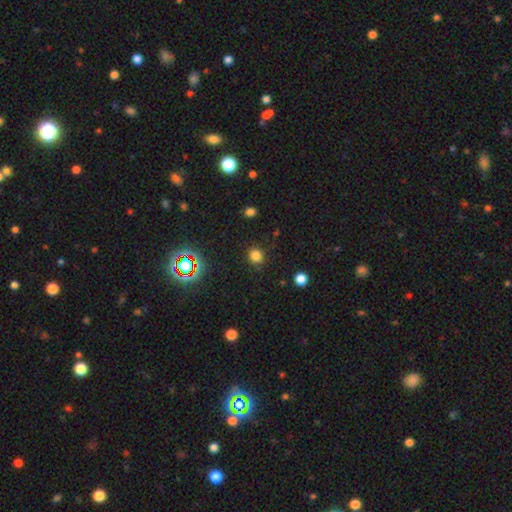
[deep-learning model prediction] Smooth or featured? Predicted: smooth (p=0.77). How rounded? Predicted: round (p=0.87). Merging? Predicted: none (p=0.88).